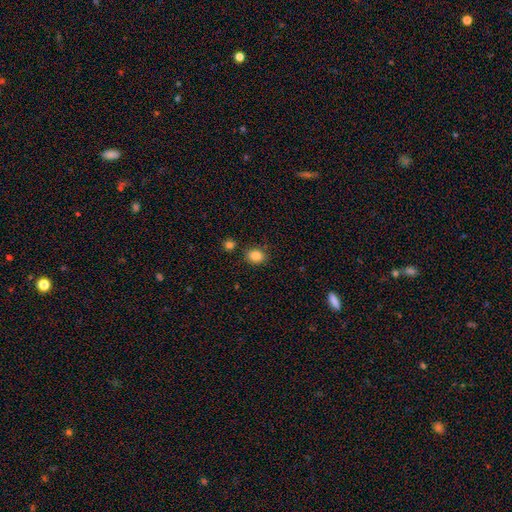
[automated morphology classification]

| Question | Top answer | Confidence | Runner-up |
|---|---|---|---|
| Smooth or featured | smooth | 85% | star or artifact (10%) |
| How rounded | round | 51% | in between (48%) |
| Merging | none | 80% | minor disturbance (12%) |